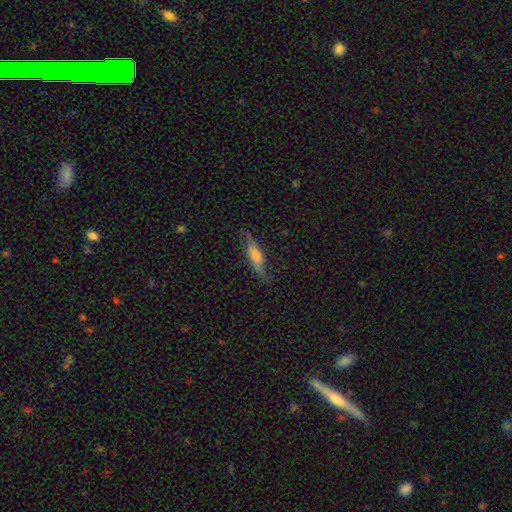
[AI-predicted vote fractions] Smooth or featured: featured or disk — 65% (smooth — 28%)
Edge-on disk: yes — 50% (tied with no — 50%)
Merging: none — 74% (minor disturbance — 18%)